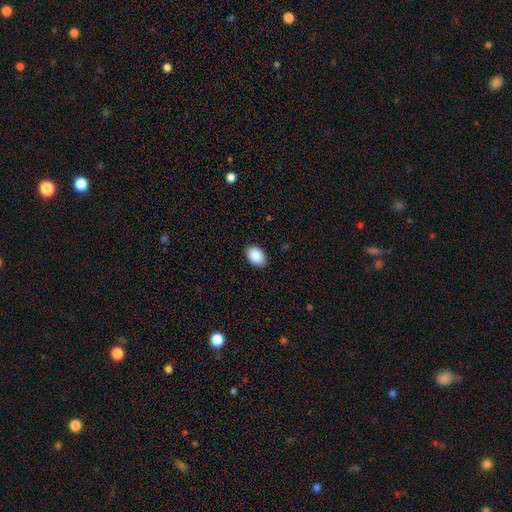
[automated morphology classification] smooth 90%, star or artifact 7%, featured or disk 3%. Down the decision tree: how rounded — in between (89%); merging — none (89%).